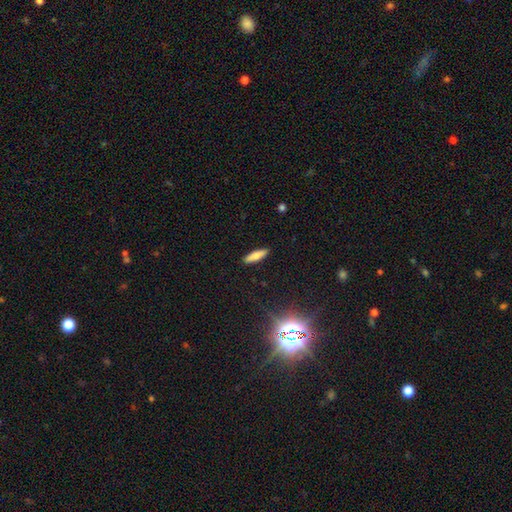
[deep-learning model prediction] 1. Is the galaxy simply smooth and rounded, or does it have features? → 74% smooth, 17% featured or disk, 9% star or artifact.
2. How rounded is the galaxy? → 66% cigar-shaped, 32% in between, 2% round.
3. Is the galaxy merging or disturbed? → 90% none, 7% minor disturbance, 2% major disturbance, 1% merger.